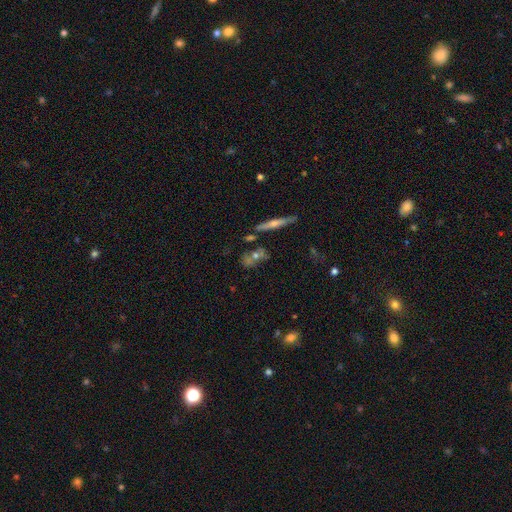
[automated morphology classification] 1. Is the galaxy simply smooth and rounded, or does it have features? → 46% featured or disk, 37% smooth, 16% star or artifact.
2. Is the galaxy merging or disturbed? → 65% none, 14% merger, 14% minor disturbance, 6% major disturbance.